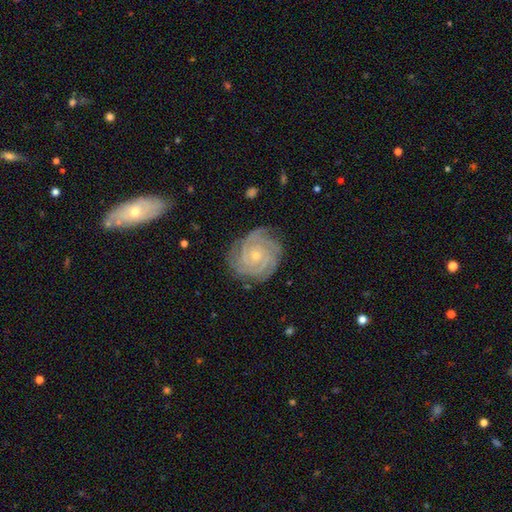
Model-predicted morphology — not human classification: smooth_or_featured: featured or disk (p=0.91) [alt: star or artifact p=0.05]
disk_edge_on: no (p=0.98) [alt: yes p=0.02]
bar: no (p=0.75) [alt: weak p=0.19]
has_spiral_arms: yes (p=0.99) [alt: no p=0.01]
spiral_winding: tight (p=0.85) [alt: medium p=0.14]
spiral_arm_count: 3 (p=0.33) [alt: 4 p=0.24]
bulge_size: small (p=0.69) [alt: moderate p=0.28]
merging: none (p=0.81) [alt: minor disturbance p=0.14]